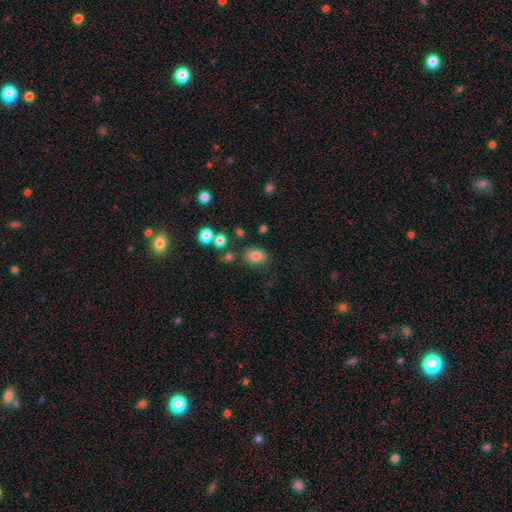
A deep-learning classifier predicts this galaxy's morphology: This appears to be a smooth galaxy with no disk features (80%) that is in between round and cigar-shaped (73%). Merging: none (73%).